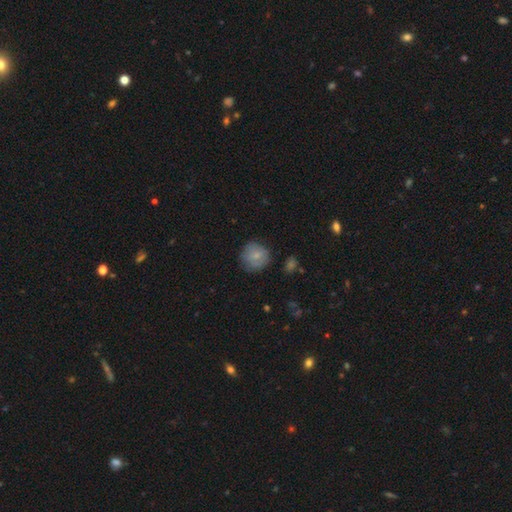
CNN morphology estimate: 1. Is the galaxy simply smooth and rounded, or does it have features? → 77% smooth, 15% featured or disk, 8% star or artifact.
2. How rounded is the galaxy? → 87% round, 12% in between, 1% cigar-shaped.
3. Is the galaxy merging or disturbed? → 75% none, 18% minor disturbance, 5% major disturbance, 2% merger.